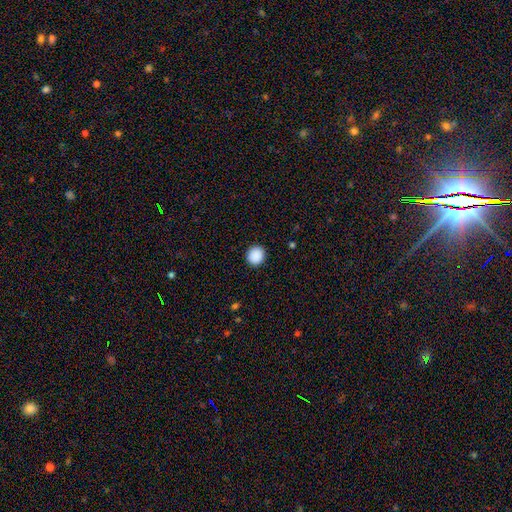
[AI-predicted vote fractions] Smooth or featured?
  - smooth: 90% *
  - star or artifact: 8%
  - featured or disk: 2%
How rounded?
  - round: 85% *
  - in between: 14%
  - cigar-shaped: 1%
Merging?
  - none: 92% *
  - minor disturbance: 5%
  - major disturbance: 2%
  - merger: 1%